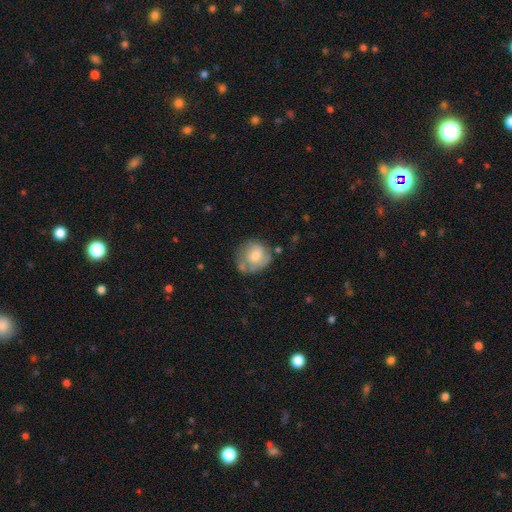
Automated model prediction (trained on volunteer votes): A smooth galaxy with no disk features (57%) that is round (80%). Merging: none (50%).